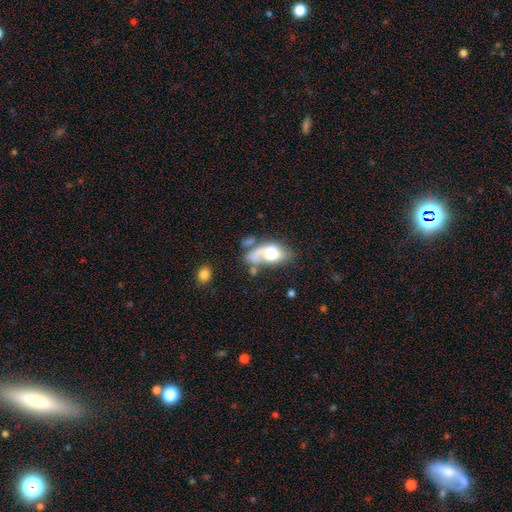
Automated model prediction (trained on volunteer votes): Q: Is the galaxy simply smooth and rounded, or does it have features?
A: smooth — 59%.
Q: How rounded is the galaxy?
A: in between — 81%.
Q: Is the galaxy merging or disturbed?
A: major disturbance — 31%.